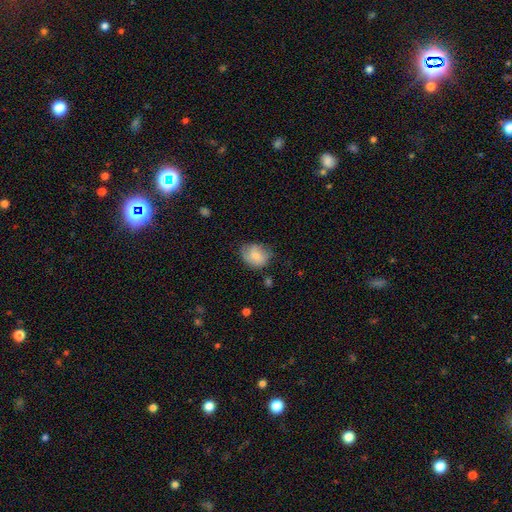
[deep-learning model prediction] Morphology: type=smooth (75%); roundness=in between (52%); merging=none (56%).